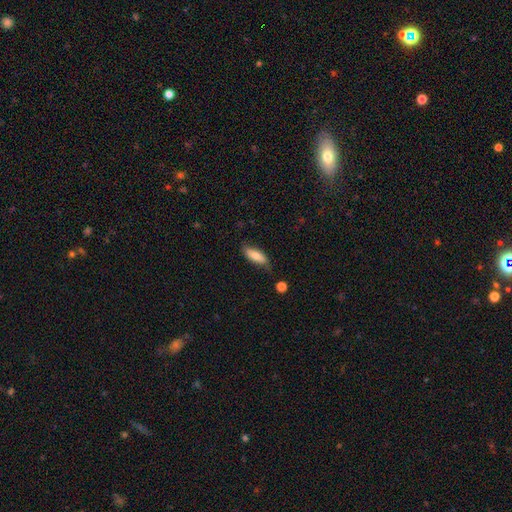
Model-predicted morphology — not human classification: Overall: smooth (77%). How rounded: in between (74%). Merging: none (71%).